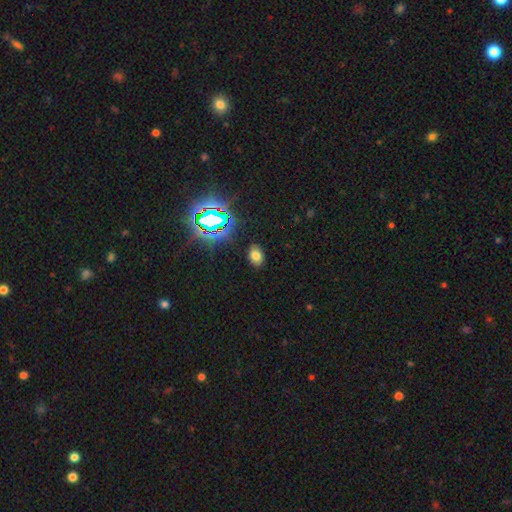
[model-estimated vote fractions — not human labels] A smooth galaxy with no disk features (69%) that is in between round and cigar-shaped (77%).

Vote fractions:
- Smooth or featured? smooth: 69% / star or artifact: 24% / featured or disk: 8%
- How rounded? in between: 77% / round: 22% / cigar-shaped: 1%
- Merging? none: 86% / minor disturbance: 9% / major disturbance: 3% / merger: 1%